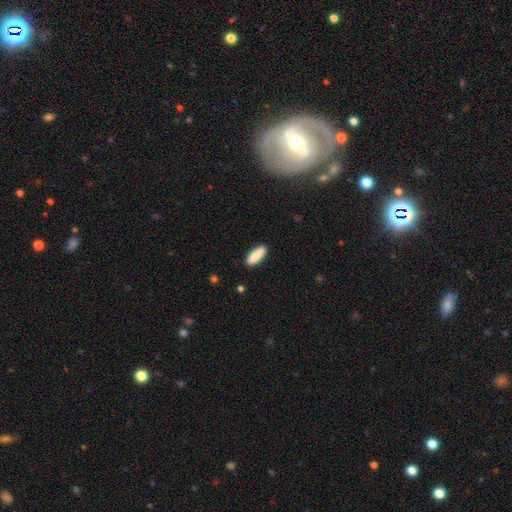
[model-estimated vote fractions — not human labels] Smooth or featured: smooth — 86% (featured or disk — 8%)
How rounded: in between — 65% (cigar-shaped — 33%)
Merging: none — 86% (minor disturbance — 10%)